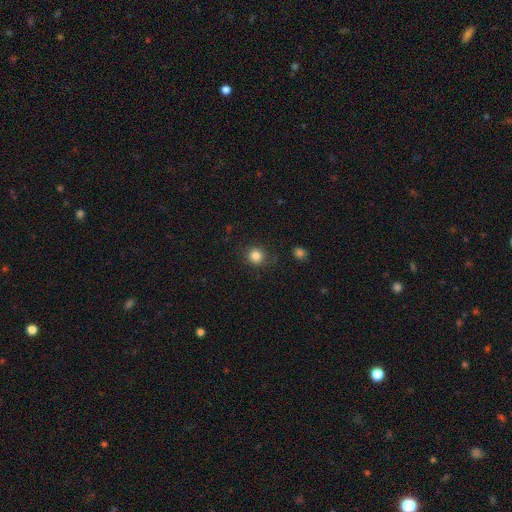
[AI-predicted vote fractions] A smooth galaxy with no disk features (84%) that is round (92%).

Vote fractions:
- Smooth or featured? smooth: 84% / star or artifact: 12% / featured or disk: 5%
- How rounded? round: 92% / in between: 8% / cigar-shaped: 1%
- Merging? none: 85% / minor disturbance: 10% / major disturbance: 3% / merger: 2%